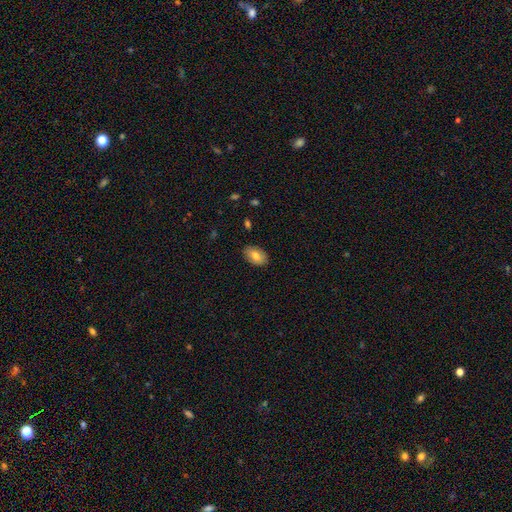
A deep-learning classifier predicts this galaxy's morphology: smooth 78%, featured or disk 15%, star or artifact 7%. Down the decision tree: how rounded — in between (88%); merging — none (87%).